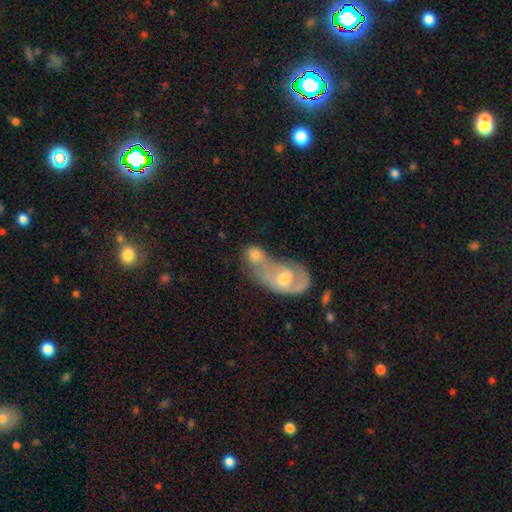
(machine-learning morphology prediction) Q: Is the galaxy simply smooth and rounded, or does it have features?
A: smooth — 54%.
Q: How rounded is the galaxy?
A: in between — 63%.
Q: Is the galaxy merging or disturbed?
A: merger — 72%.